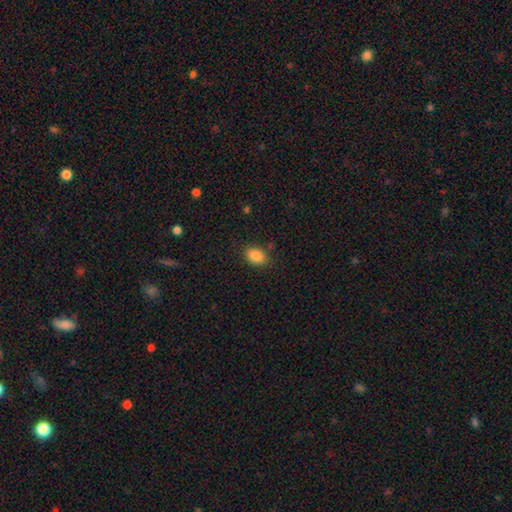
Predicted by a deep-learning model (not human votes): Morphology: type=smooth (87%); roundness=in between (84%); merging=none (83%).